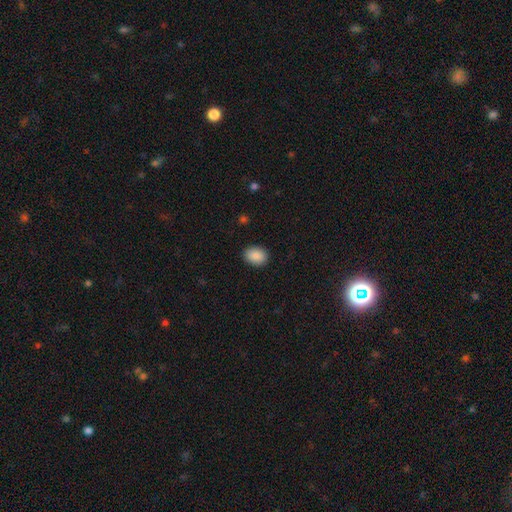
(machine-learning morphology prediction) Overall: smooth (89%). How rounded: in between (64%; round 35%). Merging: none (90%).